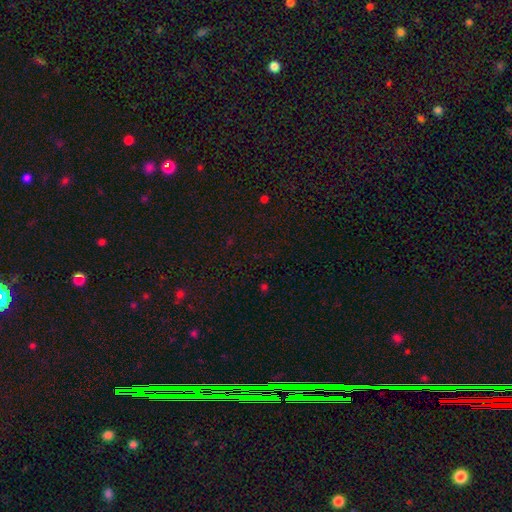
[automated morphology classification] This is likely a star or artifact rather than a galaxy (63%).